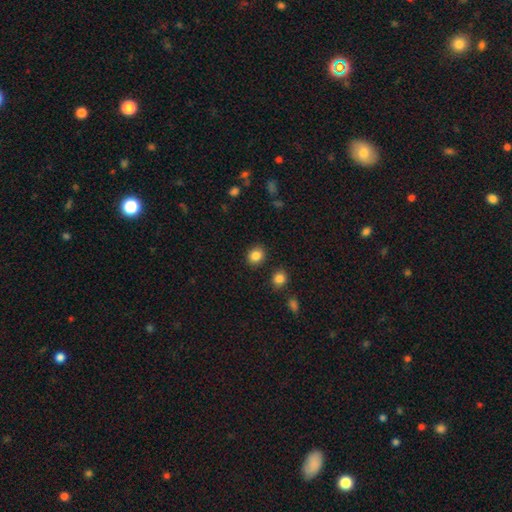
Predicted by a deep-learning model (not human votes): smooth 86%, star or artifact 10%, featured or disk 4%. Down the decision tree: how rounded — round (69%); merging — none (88%).